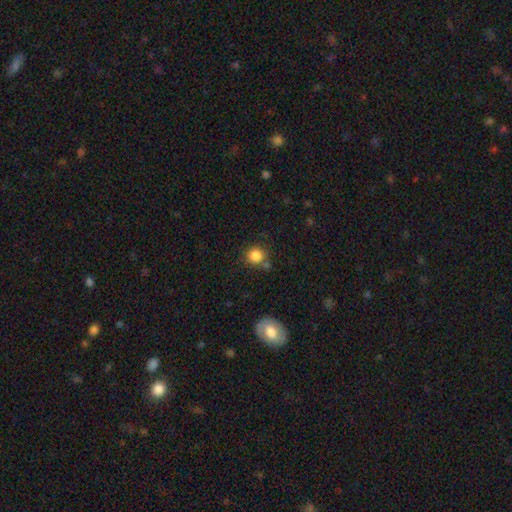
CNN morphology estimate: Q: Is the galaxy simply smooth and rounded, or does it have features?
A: smooth — 85%.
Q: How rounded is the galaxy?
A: round — 90%.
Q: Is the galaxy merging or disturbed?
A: none — 71%.